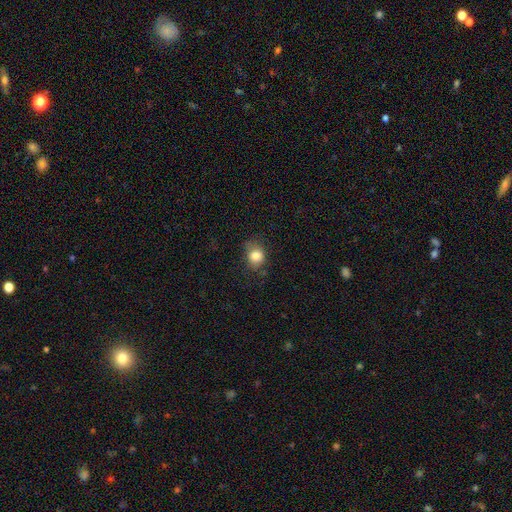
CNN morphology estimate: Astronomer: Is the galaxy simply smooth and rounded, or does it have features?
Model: smooth — 83%.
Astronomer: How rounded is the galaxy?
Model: round — 66%.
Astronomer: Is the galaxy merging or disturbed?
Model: none — 68%.